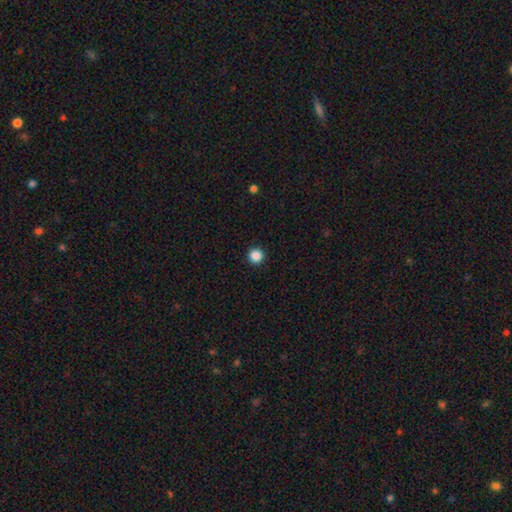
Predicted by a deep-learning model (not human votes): Morphology: type=smooth (87%); roundness=round (96%); merging=none (94%).